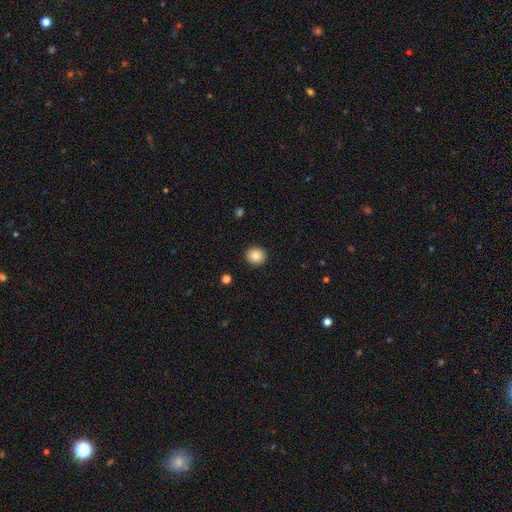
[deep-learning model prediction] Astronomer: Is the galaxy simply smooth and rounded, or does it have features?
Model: smooth — 85%.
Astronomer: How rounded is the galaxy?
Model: round — 86%.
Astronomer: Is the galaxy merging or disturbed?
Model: none — 91%.